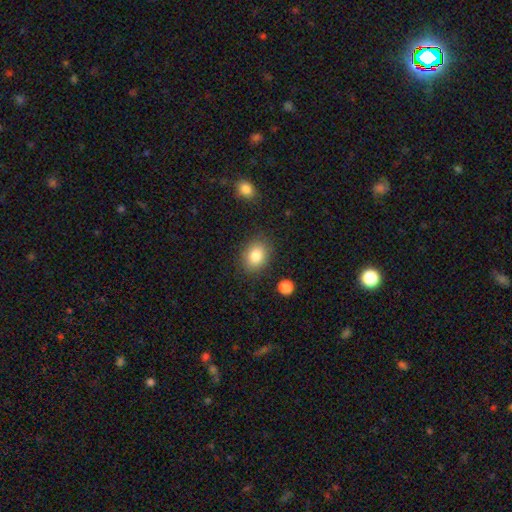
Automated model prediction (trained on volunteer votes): Smooth or featured: smooth — 83% (star or artifact — 9%)
How rounded: in between — 56% (round — 43%)
Merging: none — 84% (minor disturbance — 10%)